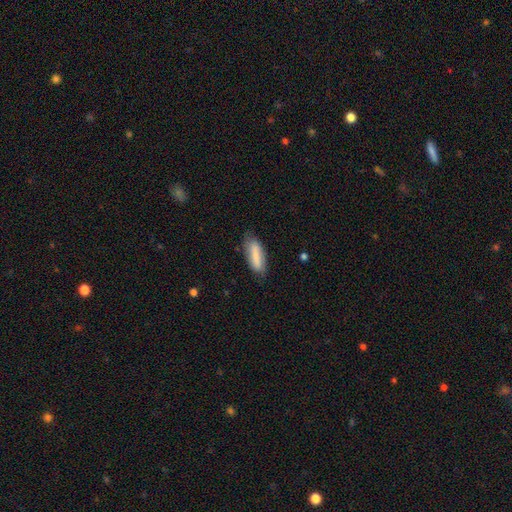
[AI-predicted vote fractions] smooth_or_featured: smooth (p=0.80) [alt: featured or disk p=0.14]
how_rounded: in between (p=0.56) [alt: cigar-shaped p=0.42]
merging: none (p=0.71) [alt: minor disturbance p=0.22]